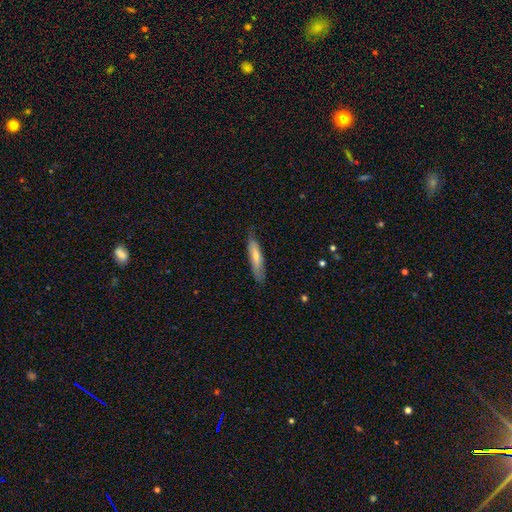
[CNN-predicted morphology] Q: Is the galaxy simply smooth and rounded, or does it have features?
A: smooth — 63%.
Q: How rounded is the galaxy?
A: cigar-shaped — 75%.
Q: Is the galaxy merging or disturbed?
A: none — 74%.